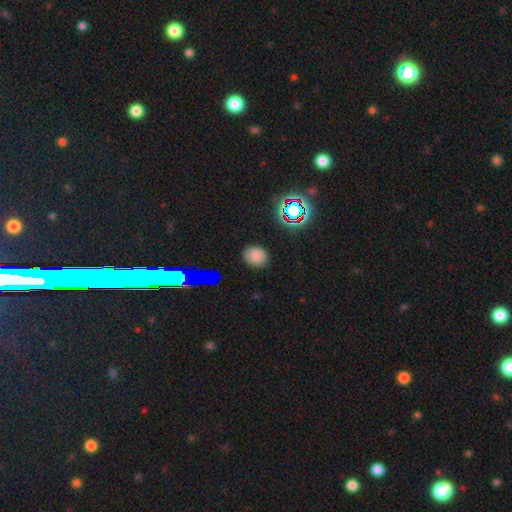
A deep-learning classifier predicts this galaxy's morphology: smooth_or_featured: smooth (p=0.77) [alt: star or artifact p=0.15]
how_rounded: round (p=0.55) [alt: in between p=0.44]
merging: none (p=0.84) [alt: minor disturbance p=0.12]